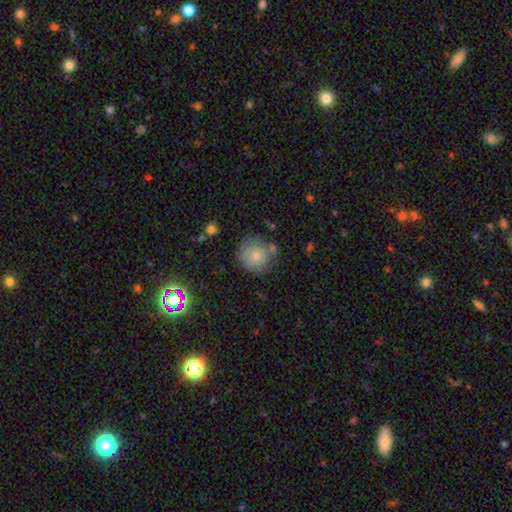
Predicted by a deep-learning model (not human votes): smooth-or-featured: smooth: 72% | featured or disk: 19% | star or artifact: 9%
  how-rounded: round: 91% | in between: 8% | cigar-shaped: 1%
  merging: none: 67% | minor disturbance: 20% | merger: 7% | major disturbance: 7%